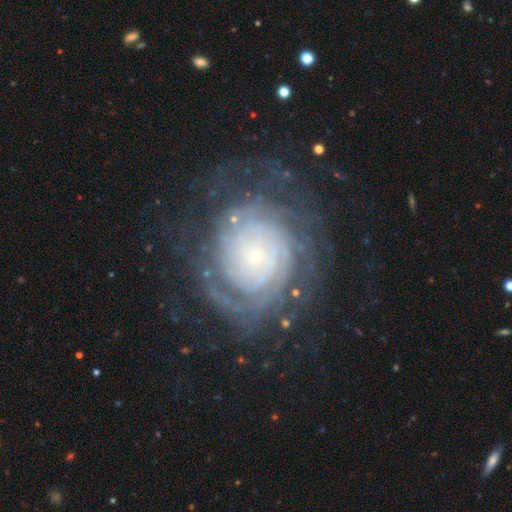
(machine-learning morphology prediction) Smooth or featured? Predicted: featured or disk (p=0.83). Edge-on disk? Predicted: no (p=0.97). Bar? Predicted: no (p=0.80). Spiral arms? Predicted: yes (p=0.96). Spiral winding? Predicted: tight (p=0.79). Spiral arm count? Predicted: can't tell (p=0.34). Bulge size? Predicted: small (p=0.80). Merging? Predicted: none (p=0.70).